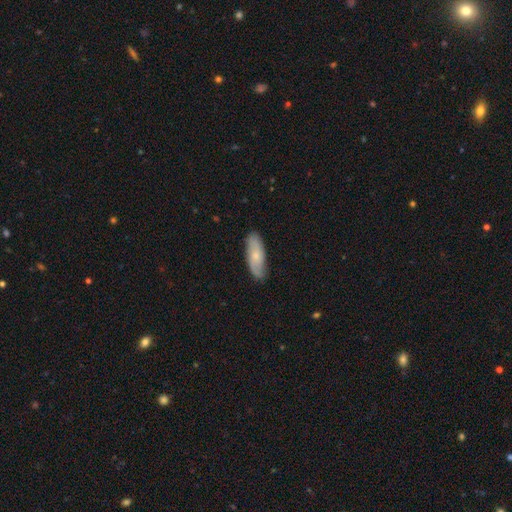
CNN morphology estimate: smooth_or_featured: smooth (p=0.52) [alt: featured or disk p=0.42]
how_rounded: in between (p=0.67) [alt: cigar-shaped p=0.30]
merging: none (p=0.82) [alt: minor disturbance p=0.14]